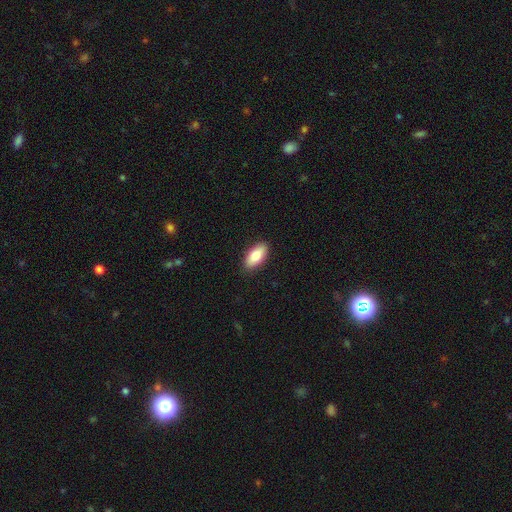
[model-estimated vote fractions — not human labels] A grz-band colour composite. It shows a smooth galaxy with no disk features (80%) that is in between round and cigar-shaped (87%). Merging: none (89%).